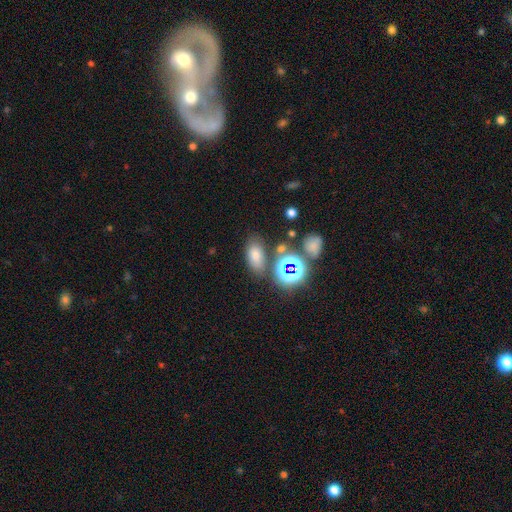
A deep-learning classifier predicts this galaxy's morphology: Smooth or featured?
  - smooth: 67% *
  - star or artifact: 23%
  - featured or disk: 9%
How rounded?
  - in between: 81% *
  - round: 16%
  - cigar-shaped: 4%
Merging?
  - none: 74% *
  - minor disturbance: 12%
  - merger: 9%
  - major disturbance: 5%